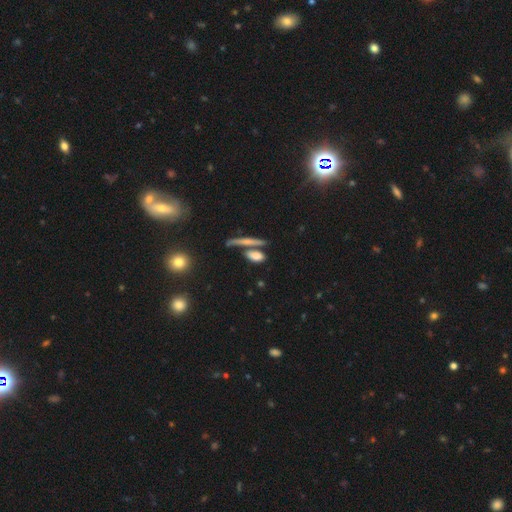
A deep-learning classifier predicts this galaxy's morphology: smooth-or-featured: smooth: 72% | featured or disk: 18% | star or artifact: 10%
  how-rounded: in between: 57% | cigar-shaped: 33% | round: 10%
  merging: none: 59% | merger: 24% | minor disturbance: 12% | major disturbance: 5%